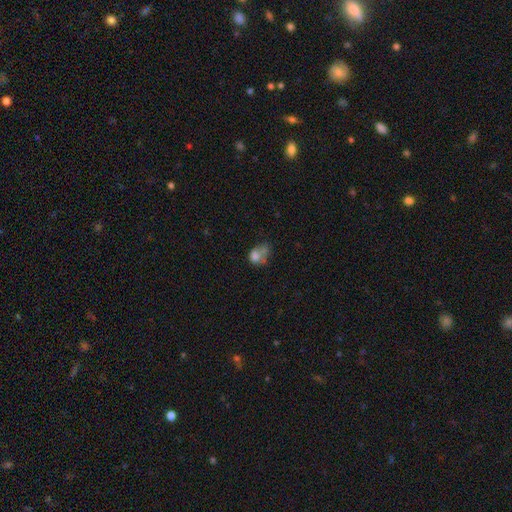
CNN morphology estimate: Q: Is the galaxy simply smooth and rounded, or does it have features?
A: smooth — 69%.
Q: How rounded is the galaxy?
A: in between — 59%.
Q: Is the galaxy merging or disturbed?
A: merger — 41%.